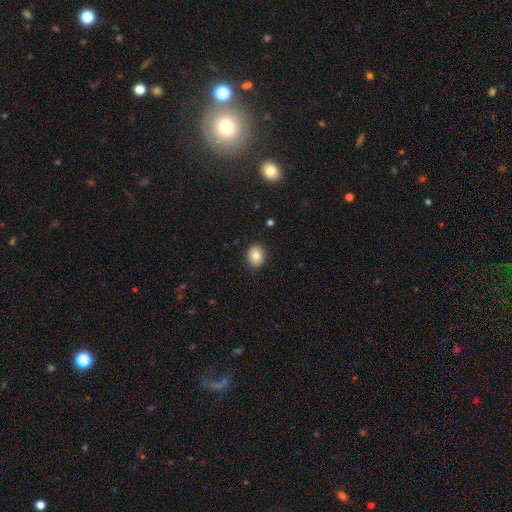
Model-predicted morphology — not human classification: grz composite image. It shows a smooth galaxy with no disk features (83%) that is round (65%). Merging: none (90%).